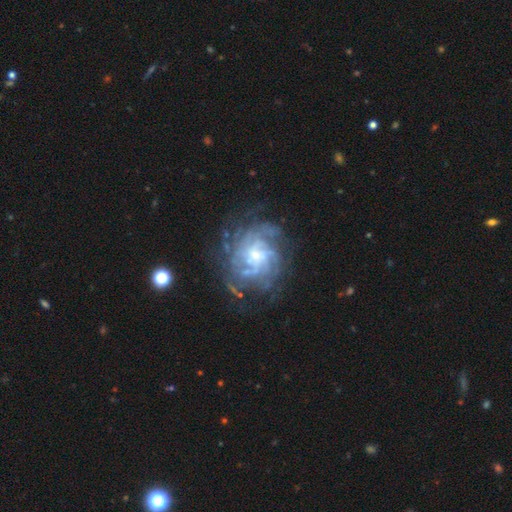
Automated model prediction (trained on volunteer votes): Overall: featured or disk (84%). Edge-on disk: no (98%). Bar: no (67%; weak 28%). Spiral arms: yes (92%). Spiral arm count: can't tell (39%; more than 4 20%). Spiral winding: tight (61%; medium 29%). Bulge size: small (58%; moderate 28%). Merging: none (68%).